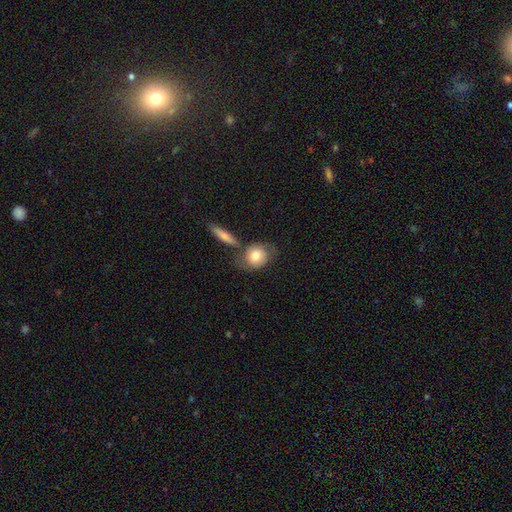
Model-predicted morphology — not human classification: type=smooth (70%); roundness=round (69%); merging=none (51%).